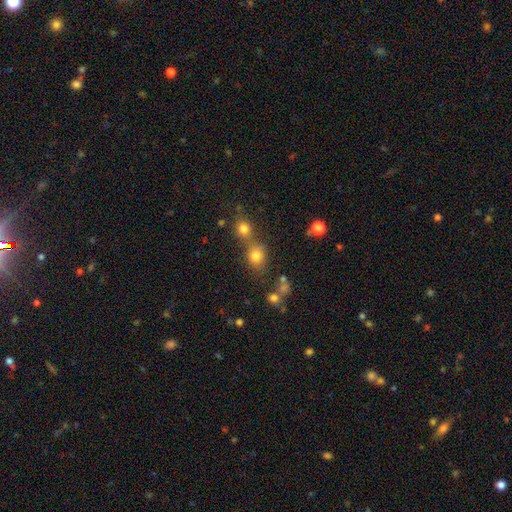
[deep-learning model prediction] A smooth galaxy with no disk features (75%) that is round (64%).

Vote fractions:
- Smooth or featured? smooth: 75% / star or artifact: 16% / featured or disk: 9%
- How rounded? round: 64% / in between: 34% / cigar-shaped: 1%
- Merging? none: 50% / merger: 36% / minor disturbance: 10% / major disturbance: 5%